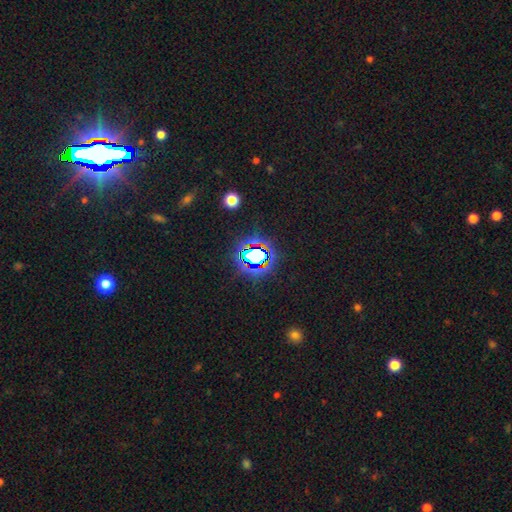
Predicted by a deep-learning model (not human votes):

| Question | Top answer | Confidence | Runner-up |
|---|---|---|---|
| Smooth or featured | star or artifact | 69% | smooth (19%) |